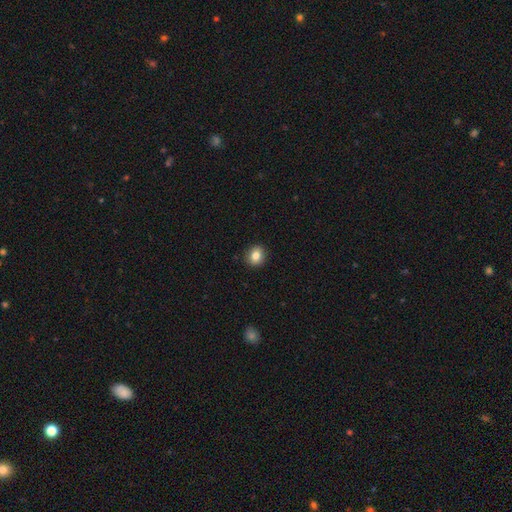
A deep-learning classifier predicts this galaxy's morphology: smooth_or_featured: smooth (p=0.83) [alt: star or artifact p=0.10]
how_rounded: round (p=0.76) [alt: in between p=0.23]
merging: none (p=0.91) [alt: minor disturbance p=0.06]